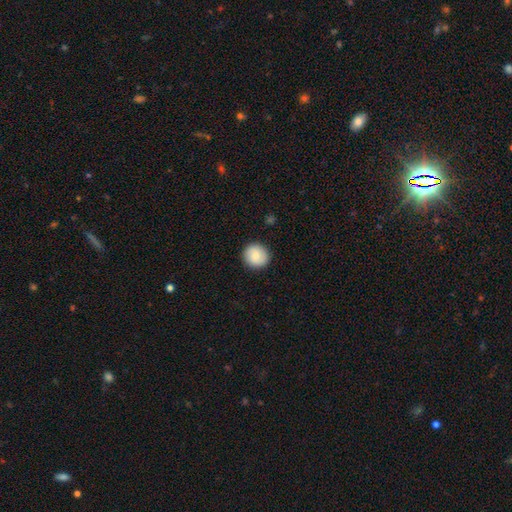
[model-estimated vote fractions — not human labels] smooth_or_featured: smooth (p=0.82) [alt: featured or disk p=0.11]
how_rounded: round (p=0.91) [alt: in between p=0.08]
merging: none (p=0.90) [alt: minor disturbance p=0.07]